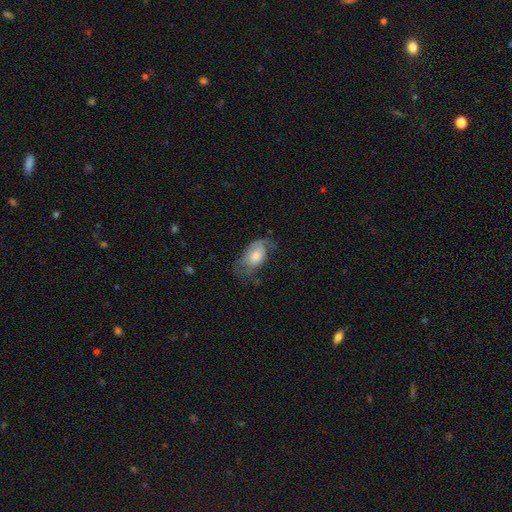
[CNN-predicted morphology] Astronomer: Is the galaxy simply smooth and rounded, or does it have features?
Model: smooth — 55% (runner-up: featured or disk, 38%).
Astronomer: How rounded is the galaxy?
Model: in between — 91%.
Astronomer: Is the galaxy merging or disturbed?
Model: none — 41% (runner-up: minor disturbance, 31%).